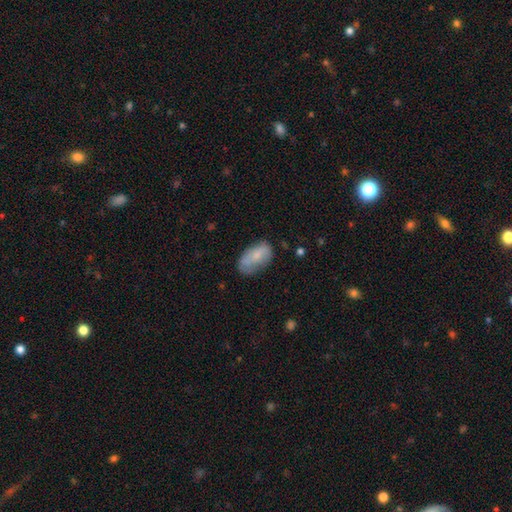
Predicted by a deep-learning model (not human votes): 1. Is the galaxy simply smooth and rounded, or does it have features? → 73% smooth, 20% featured or disk, 7% star or artifact.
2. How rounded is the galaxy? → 93% in between, 4% cigar-shaped, 4% round.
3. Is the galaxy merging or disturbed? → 59% none, 30% minor disturbance, 9% major disturbance, 2% merger.